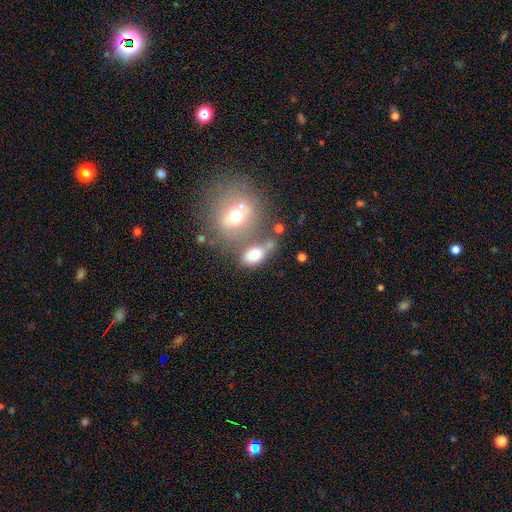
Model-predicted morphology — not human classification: smooth_or_featured: smooth (p=0.74) [alt: featured or disk p=0.15]
how_rounded: in between (p=0.79) [alt: round p=0.18]
merging: none (p=0.42) [alt: merger p=0.32]